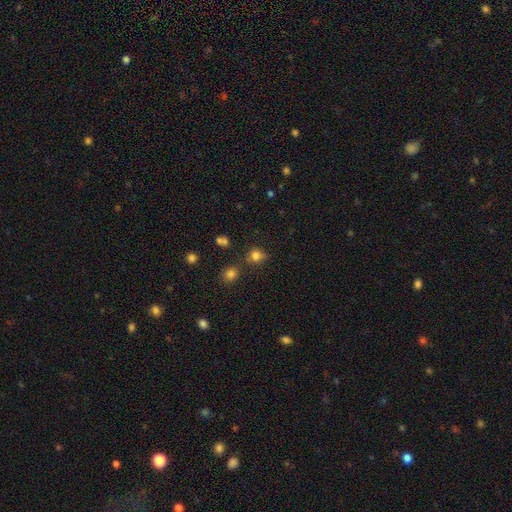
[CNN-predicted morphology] Smooth or featured? smooth (77%)
How rounded? round (78%)
Merging? none (66%)